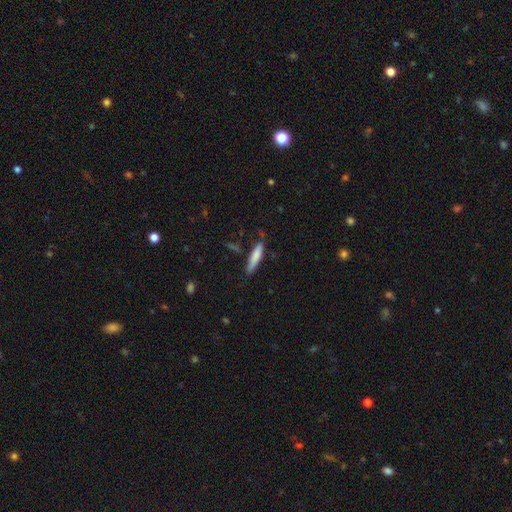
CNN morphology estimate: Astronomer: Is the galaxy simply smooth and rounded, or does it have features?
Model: smooth — 77%.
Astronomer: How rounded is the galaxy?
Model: cigar-shaped — 82%.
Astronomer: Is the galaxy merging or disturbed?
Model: none — 73%.